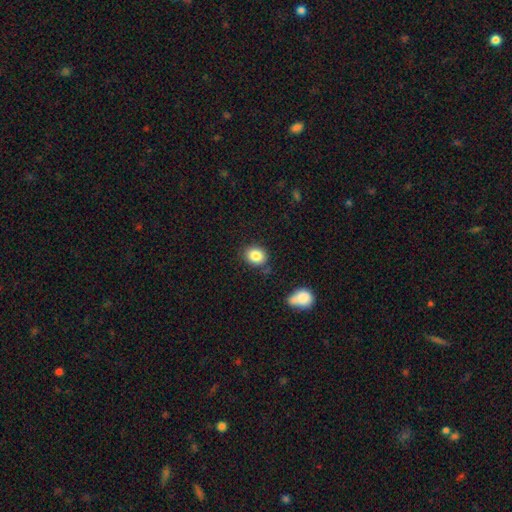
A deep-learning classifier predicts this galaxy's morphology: Smooth or featured: smooth — 86% (star or artifact — 9%)
How rounded: round — 56% (in between — 43%)
Merging: none — 79% (minor disturbance — 13%)